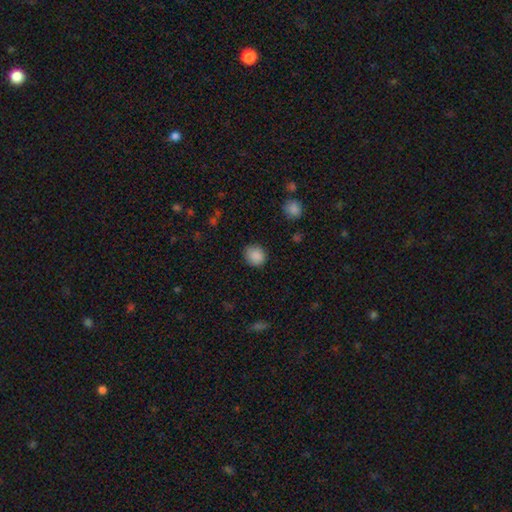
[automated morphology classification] smooth-or-featured: smooth: 88% | star or artifact: 9% | featured or disk: 4%
  how-rounded: round: 75% | in between: 24% | cigar-shaped: 1%
  merging: none: 84% | minor disturbance: 11% | major disturbance: 3% | merger: 1%